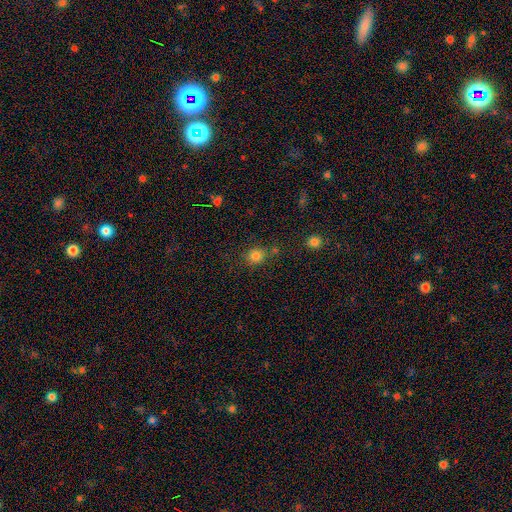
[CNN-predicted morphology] The model was most divided on "how rounded": round: 78%, in between: 21%, cigar-shaped: 1%. More confident: smooth or featured — smooth (80%); merging — none (75%).